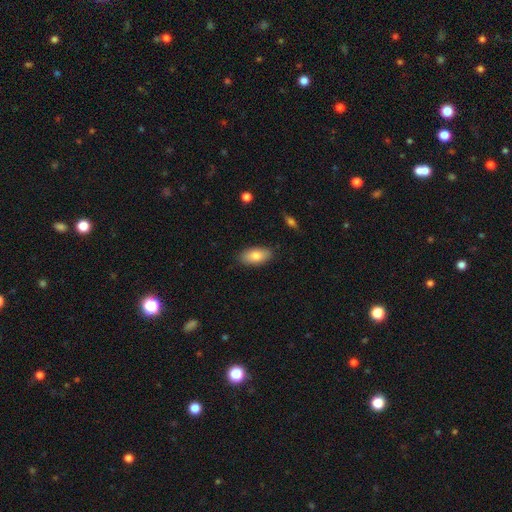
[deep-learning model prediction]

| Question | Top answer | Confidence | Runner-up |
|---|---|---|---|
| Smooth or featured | smooth | 82% | featured or disk (12%) |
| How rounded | in between | 91% | cigar-shaped (6%) |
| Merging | none | 86% | minor disturbance (10%) |